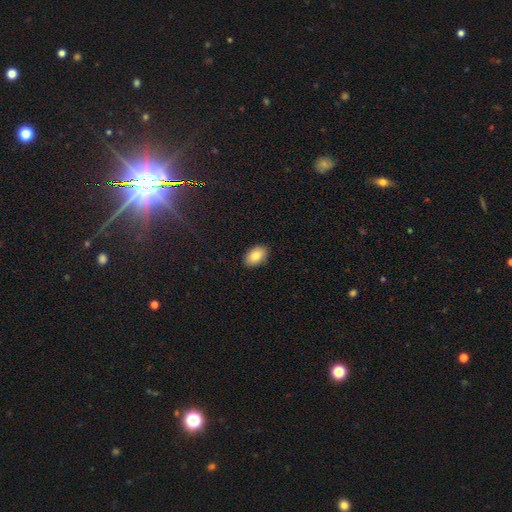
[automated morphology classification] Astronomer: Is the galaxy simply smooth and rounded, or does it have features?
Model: smooth — 84%.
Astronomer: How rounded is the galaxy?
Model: in between — 90%.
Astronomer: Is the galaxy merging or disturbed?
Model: none — 90%.